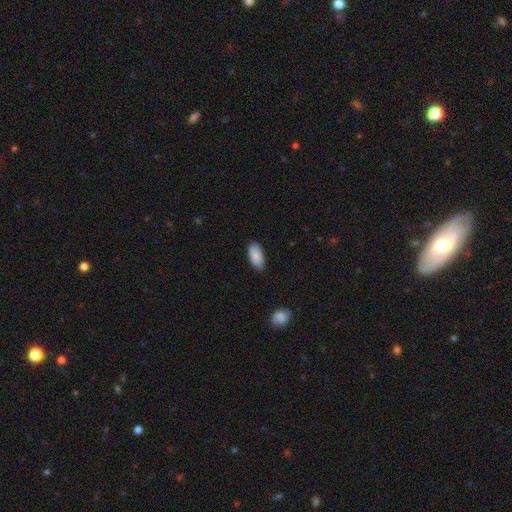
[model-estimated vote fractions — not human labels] smooth-or-featured: smooth: 86% | featured or disk: 7% | star or artifact: 6%
  how-rounded: in between: 93% | cigar-shaped: 5% | round: 2%
  merging: none: 74% | minor disturbance: 22% | major disturbance: 3% | merger: 1%